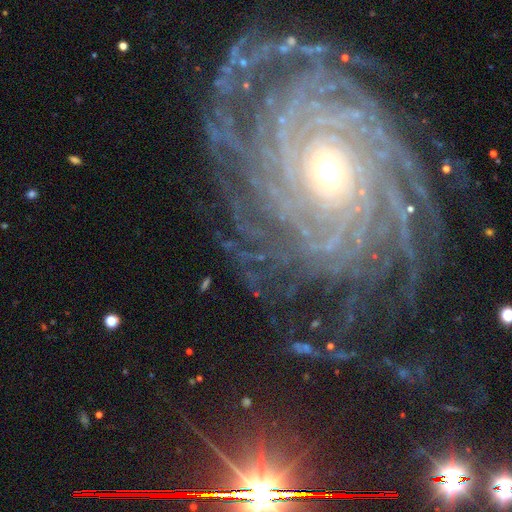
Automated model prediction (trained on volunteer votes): Morphology: type=featured or disk (89%); edge-on=no (97%); bar=no (66%); spiral arms=yes (98%); winding=tight (83%); arm count=more than 4 (45%); bulge=moderate (50%); merging=none (77%).